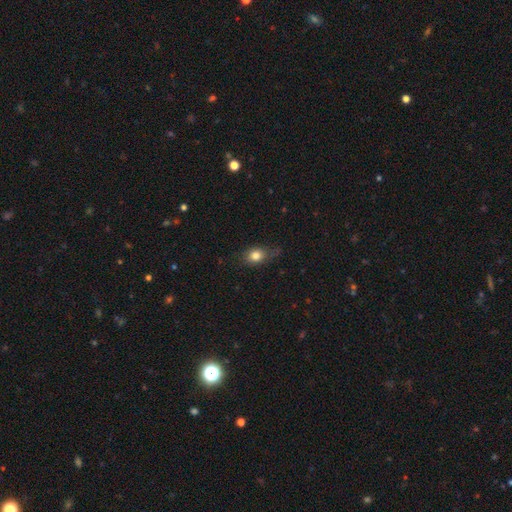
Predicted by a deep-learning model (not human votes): Smooth or featured? smooth (80%)
How rounded? in between (58%)
Merging? none (64%)